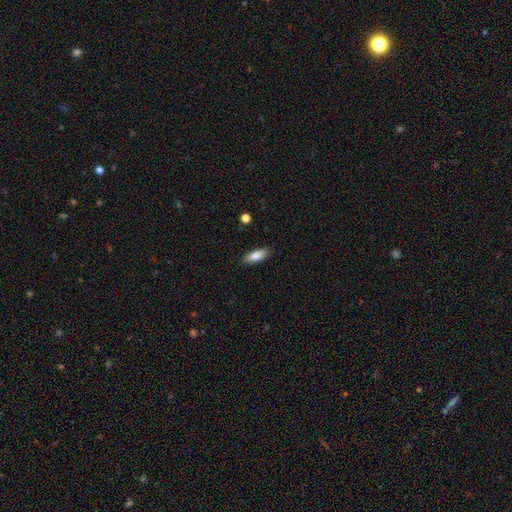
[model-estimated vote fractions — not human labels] smooth-or-featured: smooth: 83% | featured or disk: 11% | star or artifact: 6%
  how-rounded: in between: 68% | cigar-shaped: 30% | round: 2%
  merging: none: 88% | minor disturbance: 9% | major disturbance: 2% | merger: 1%